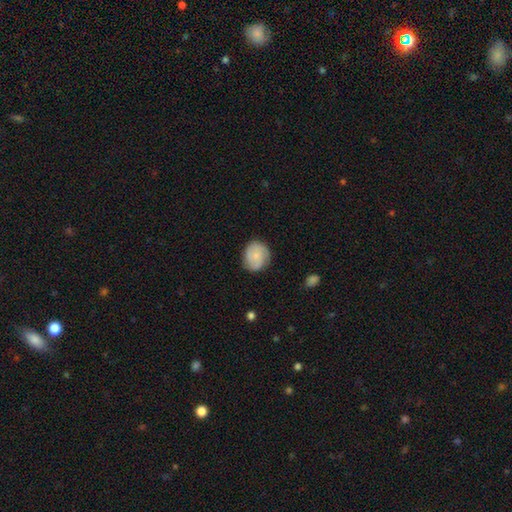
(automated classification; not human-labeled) smooth 55%, featured or disk 38%, star or artifact 7%. Down the decision tree: how rounded — round (77%); merging — none (79%).